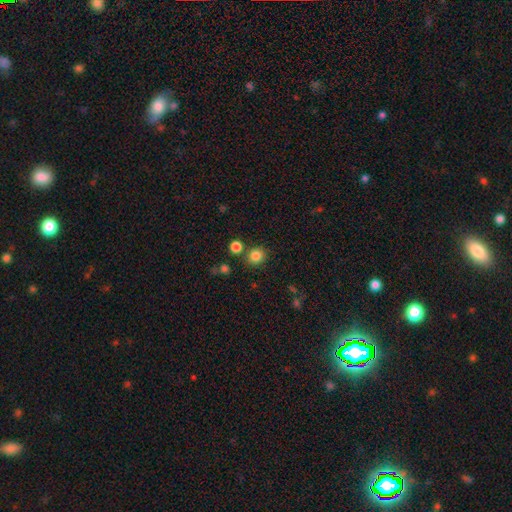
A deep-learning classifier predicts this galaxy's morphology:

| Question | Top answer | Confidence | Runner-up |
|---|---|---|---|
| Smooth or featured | smooth | 84% | star or artifact (12%) |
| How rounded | round | 84% | in between (15%) |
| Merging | none | 80% | merger (9%) |